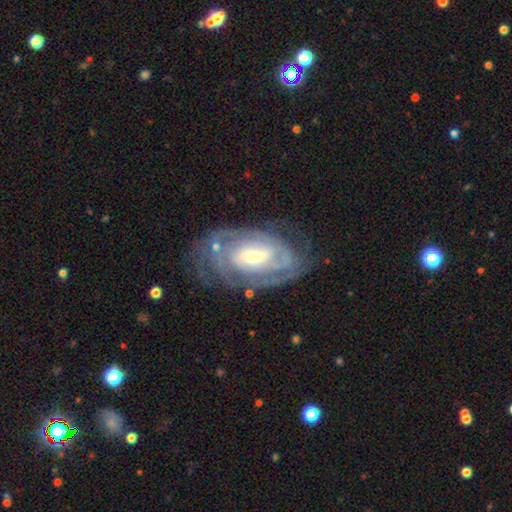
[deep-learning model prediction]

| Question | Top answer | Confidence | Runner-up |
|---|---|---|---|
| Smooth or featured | featured or disk | 86% | smooth (9%) |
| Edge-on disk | no | 96% | yes (4%) |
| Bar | weak | 45% | no (33%) |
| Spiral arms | yes | 94% | no (6%) |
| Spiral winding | tight | 69% | medium (25%) |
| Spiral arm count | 2 | 37% | can't tell (32%) |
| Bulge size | moderate | 54% | small (33%) |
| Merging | none | 70% | minor disturbance (19%) |